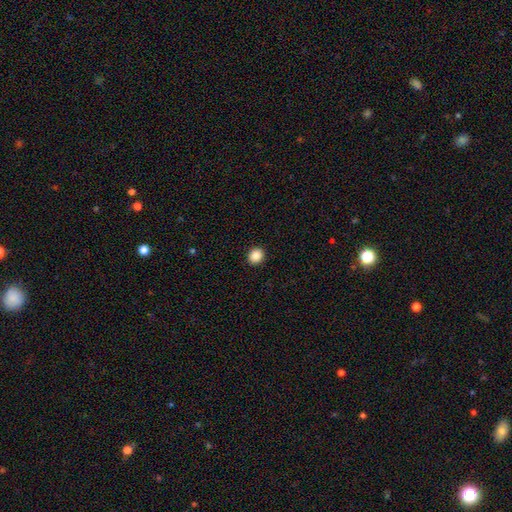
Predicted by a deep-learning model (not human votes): Overall: smooth (87%). How rounded: round (80%). Merging: none (93%).